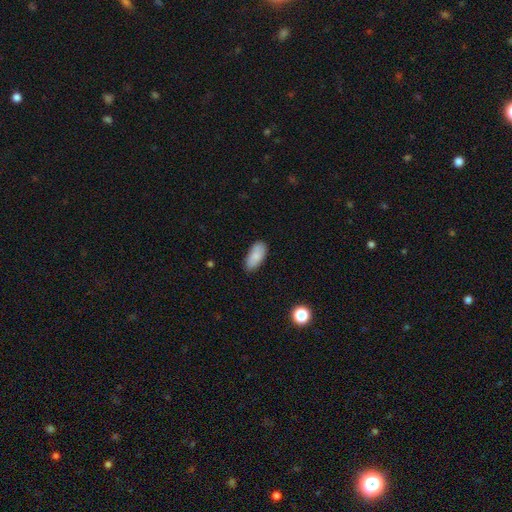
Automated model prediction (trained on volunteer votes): Q: Smooth or featured?
A: smooth (85%); runner-up: featured or disk (8%)
Q: How rounded?
A: in between (89%); runner-up: cigar-shaped (9%)
Q: Merging?
A: none (81%); runner-up: minor disturbance (15%)